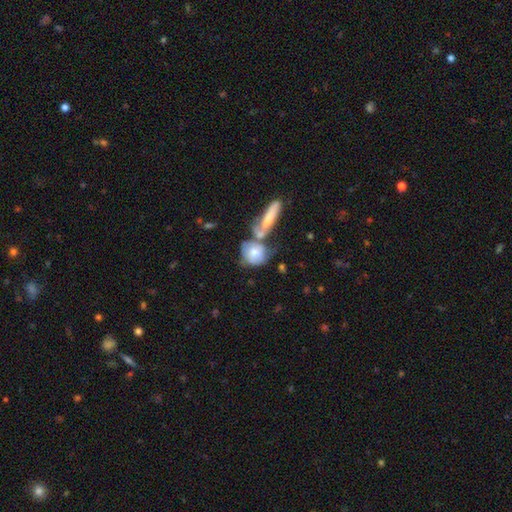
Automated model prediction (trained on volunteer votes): smooth_or_featured: smooth (p=0.51) [alt: featured or disk p=0.41]
how_rounded: round (p=0.56) [alt: in between p=0.34]
merging: merger (p=0.44) [alt: none p=0.34]